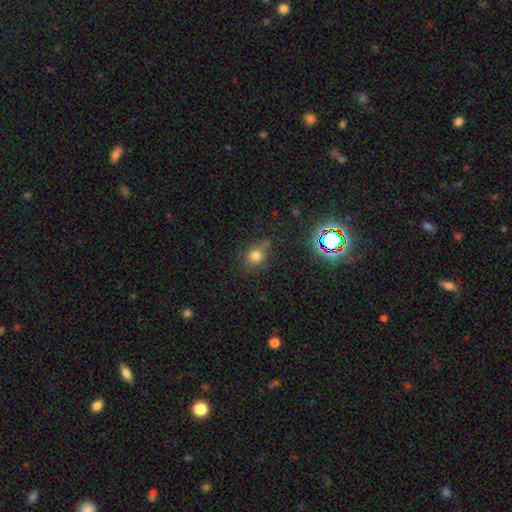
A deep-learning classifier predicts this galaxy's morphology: smooth-or-featured: smooth: 74% | star or artifact: 18% | featured or disk: 8%
  how-rounded: round: 75% | in between: 23% | cigar-shaped: 1%
  merging: none: 67% | minor disturbance: 19% | merger: 8% | major disturbance: 6%